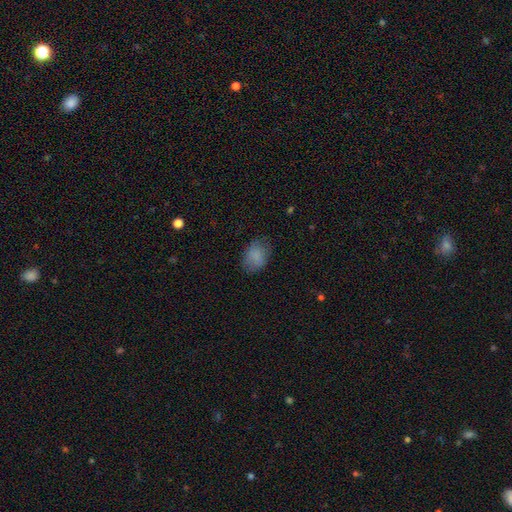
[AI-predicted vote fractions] Smooth or featured? smooth (83%)
How rounded? in between (74%)
Merging? none (72%)